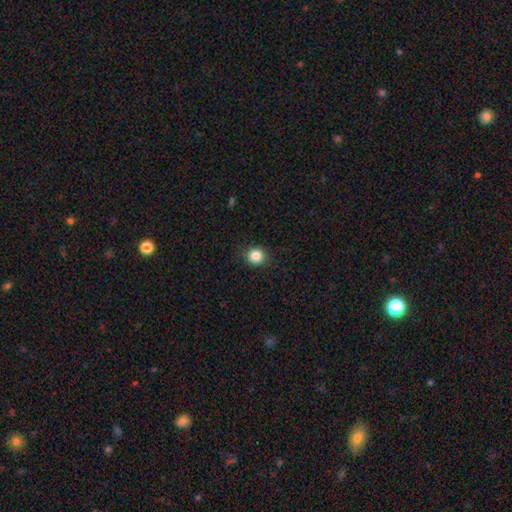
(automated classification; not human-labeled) A smooth galaxy with no disk features (85%) that is round (89%).

Vote fractions:
- Smooth or featured? smooth: 85% / star or artifact: 11% / featured or disk: 4%
- How rounded? round: 89% / in between: 10% / cigar-shaped: 1%
- Merging? none: 89% / minor disturbance: 7% / major disturbance: 2% / merger: 1%